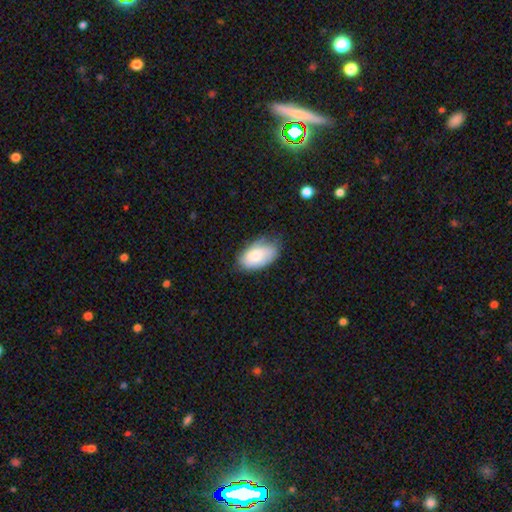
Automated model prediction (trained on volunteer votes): Smooth or featured? Predicted: smooth (p=0.74). How rounded? Predicted: in between (p=0.94). Merging? Predicted: none (p=0.59).